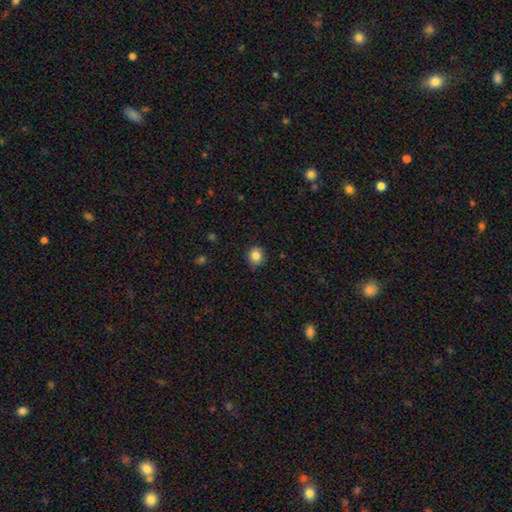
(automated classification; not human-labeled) Smooth or featured?
  - smooth: 85% *
  - star or artifact: 10%
  - featured or disk: 5%
How rounded?
  - round: 76% *
  - in between: 23%
  - cigar-shaped: 1%
Merging?
  - none: 83% *
  - minor disturbance: 14%
  - major disturbance: 2%
  - merger: 1%